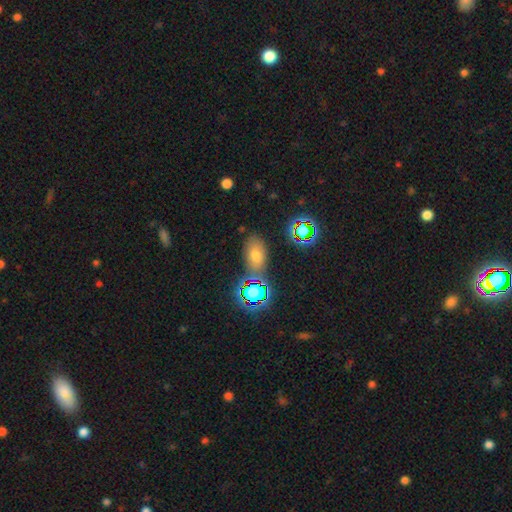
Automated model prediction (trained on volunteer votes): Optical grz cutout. It shows a smooth galaxy with no disk features (54%) that is in between round and cigar-shaped (84%). Merging: none (74%).